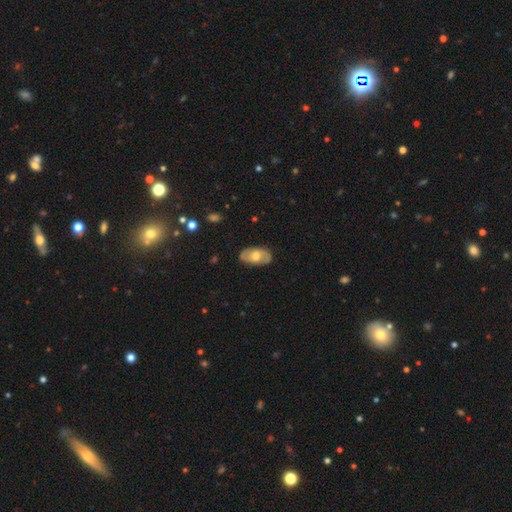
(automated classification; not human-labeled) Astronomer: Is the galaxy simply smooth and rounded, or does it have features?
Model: featured or disk — 48% (runner-up: smooth, 46%).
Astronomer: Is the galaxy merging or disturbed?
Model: none — 82%.